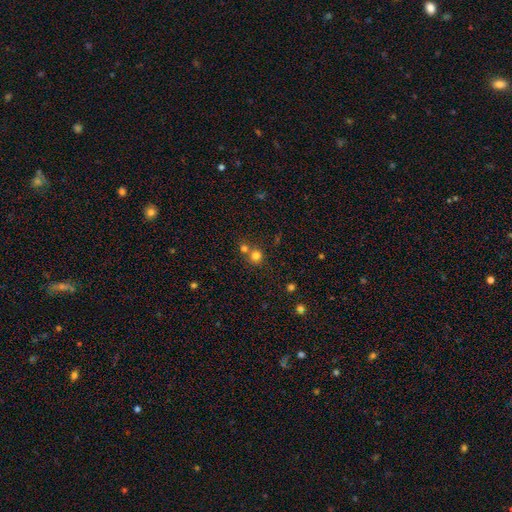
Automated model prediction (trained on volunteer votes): smooth 76%, star or artifact 16%, featured or disk 8%. Down the decision tree: how rounded — round (90%); merging — none (55%).